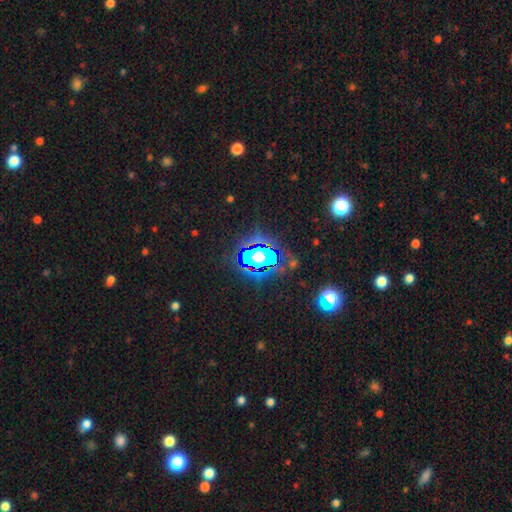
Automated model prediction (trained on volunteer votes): Morphology: type=star or artifact (75%).